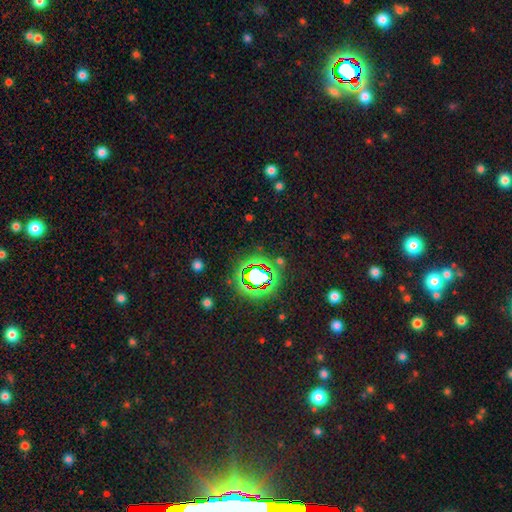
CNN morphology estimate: This is likely a star or artifact rather than a galaxy (80%).